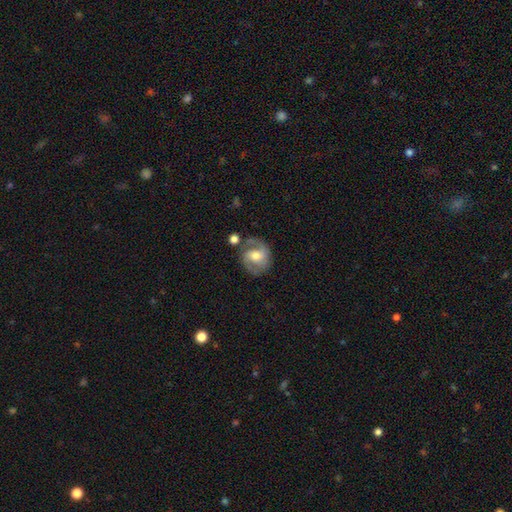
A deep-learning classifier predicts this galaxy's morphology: Overall: featured or disk (70%). Edge-on disk: no (97%). Bar: weak (46%; no 35%). Spiral arms: yes (90%). Spiral arm count: 2 (80%). Spiral winding: medium (51%; tight 29%). Bulge size: moderate (65%). Merging: none (66%).